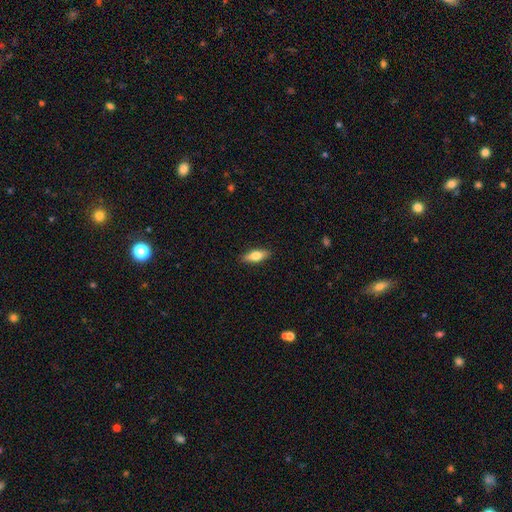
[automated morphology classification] smooth 67%, featured or disk 27%, star or artifact 7%. Down the decision tree: how rounded — in between (62%); merging — none (88%).